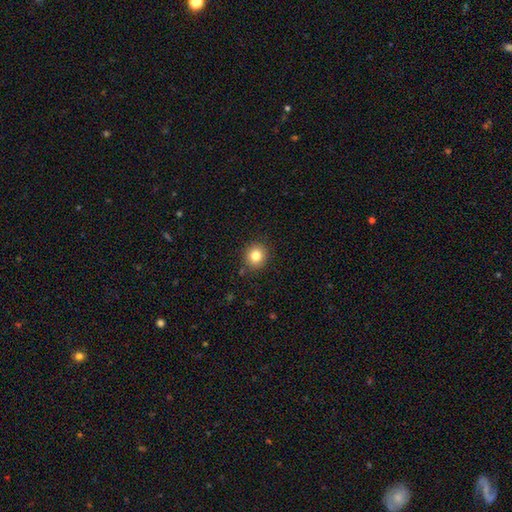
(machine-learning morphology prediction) The model was most divided on "smooth or featured": smooth: 82%, star or artifact: 11%, featured or disk: 7%. More confident: merging — none (89%); how rounded — round (87%).